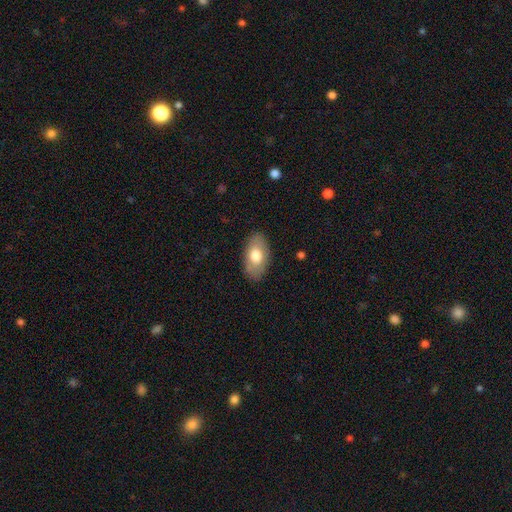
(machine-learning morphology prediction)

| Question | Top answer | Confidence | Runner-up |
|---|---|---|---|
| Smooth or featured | smooth | 72% | featured or disk (22%) |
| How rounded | in between | 93% | round (5%) |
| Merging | none | 84% | minor disturbance (12%) |